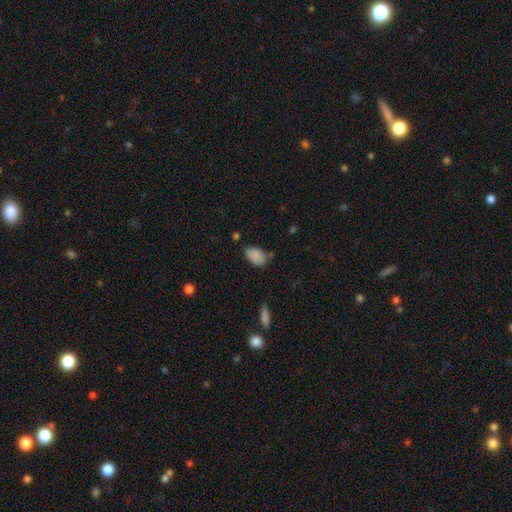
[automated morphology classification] Smooth or featured? smooth (83%)
How rounded? in between (90%)
Merging? none (57%)